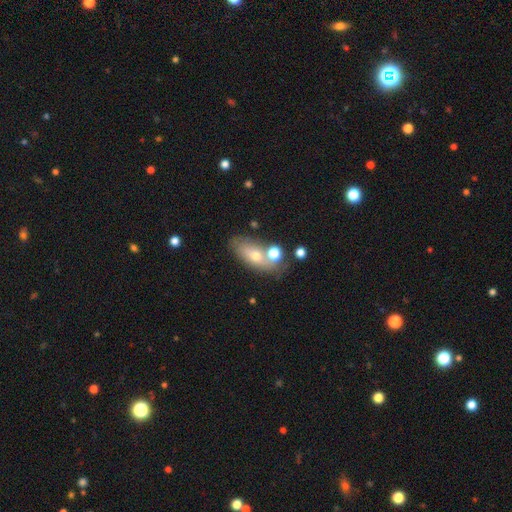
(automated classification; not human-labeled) Smooth or featured?
  - smooth: 61% *
  - featured or disk: 28%
  - star or artifact: 11%
How rounded?
  - in between: 79% *
  - cigar-shaped: 11%
  - round: 10%
Merging?
  - none: 59% *
  - merger: 19%
  - minor disturbance: 16%
  - major disturbance: 6%